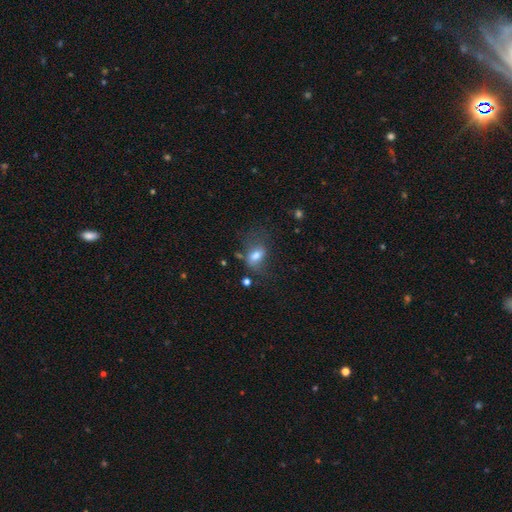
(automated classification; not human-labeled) Smooth or featured: smooth — 69% (featured or disk — 21%)
How rounded: in between — 83% (round — 13%)
Merging: none — 42% (major disturbance — 28%)